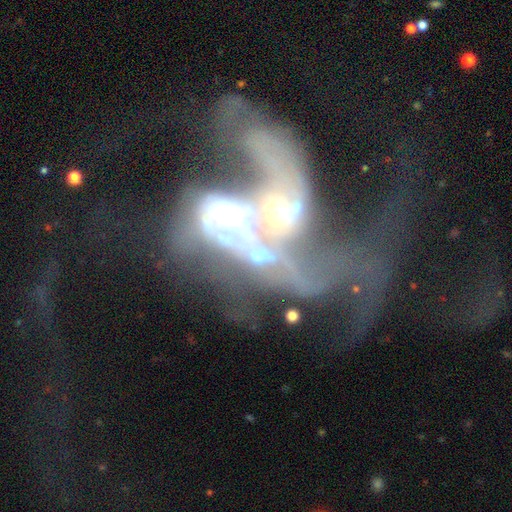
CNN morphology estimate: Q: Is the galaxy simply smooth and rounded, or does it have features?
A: featured or disk — 57%.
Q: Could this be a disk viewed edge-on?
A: no — 92%.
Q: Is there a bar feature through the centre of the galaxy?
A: no — 70%.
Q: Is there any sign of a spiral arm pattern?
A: no — 68%.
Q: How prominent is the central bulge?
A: moderate — 37%.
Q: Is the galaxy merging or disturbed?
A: merger — 70%.